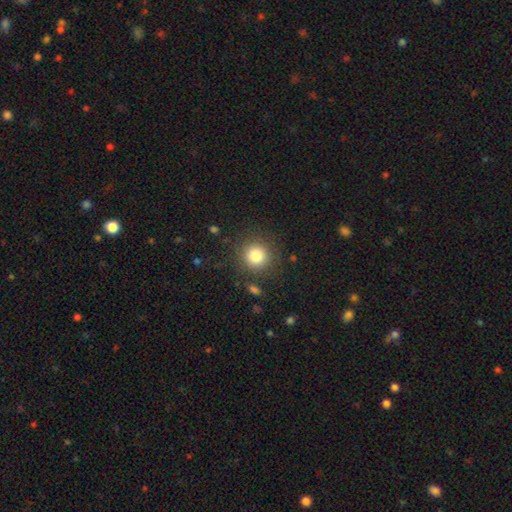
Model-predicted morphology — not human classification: The model was most divided on "smooth or featured": smooth: 82%, star or artifact: 11%, featured or disk: 7%. More confident: how rounded — round (92%); merging — none (87%).